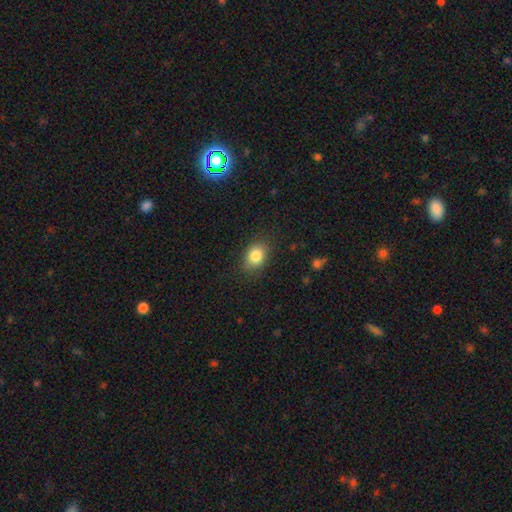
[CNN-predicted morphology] Smooth or featured: smooth — 84% (star or artifact — 9%)
How rounded: in between — 65% (round — 34%)
Merging: none — 83% (minor disturbance — 13%)